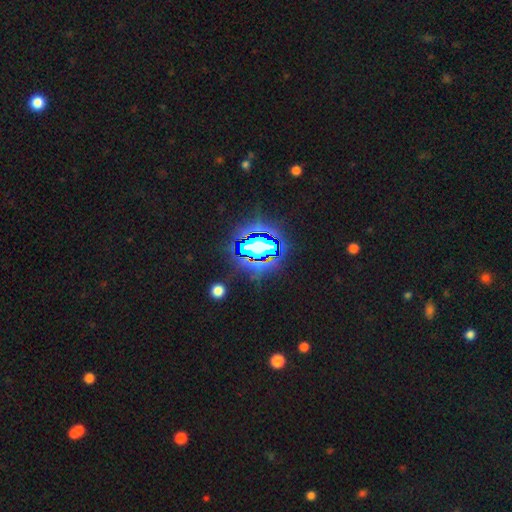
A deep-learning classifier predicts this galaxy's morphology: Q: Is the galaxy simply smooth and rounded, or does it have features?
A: star or artifact — 83%.